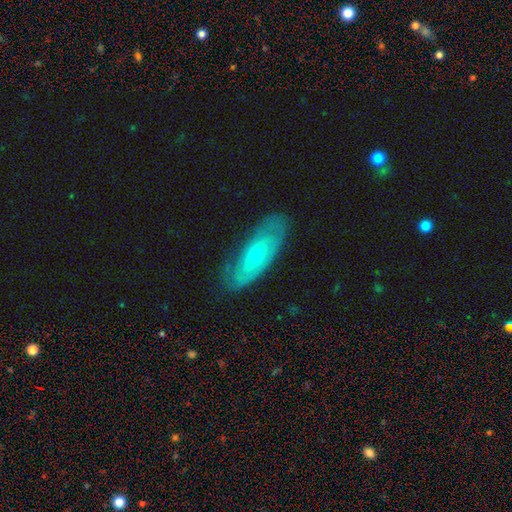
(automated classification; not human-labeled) Overall: featured or disk (52%; smooth 42%). Edge-on disk: no (81%). Merging: none (73%).